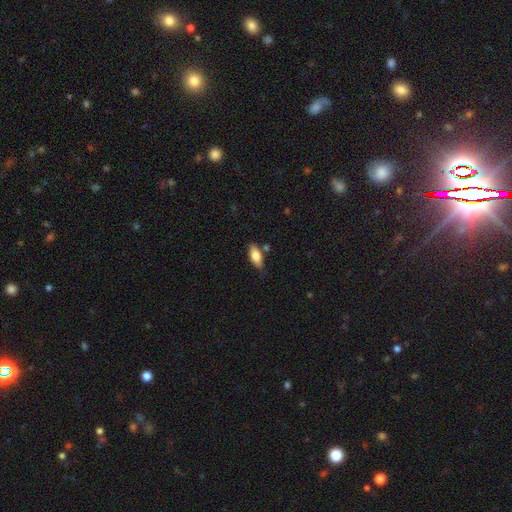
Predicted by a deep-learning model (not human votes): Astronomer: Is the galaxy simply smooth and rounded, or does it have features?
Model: smooth — 78%.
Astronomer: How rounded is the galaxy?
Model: in between — 83%.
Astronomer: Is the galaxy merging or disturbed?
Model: none — 72%.